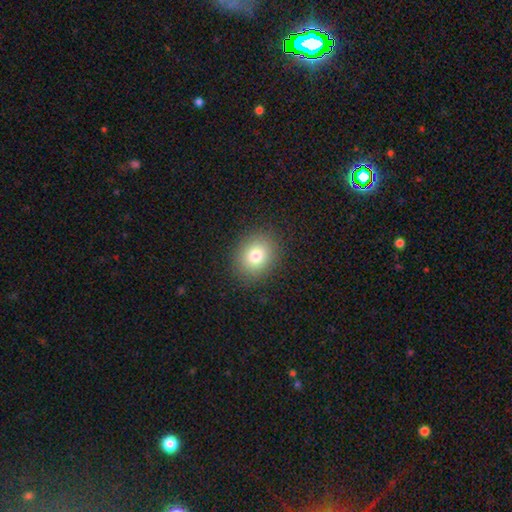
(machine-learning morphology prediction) smooth 80%, star or artifact 11%, featured or disk 9%. Down the decision tree: how rounded — round (64%); merging — none (89%).